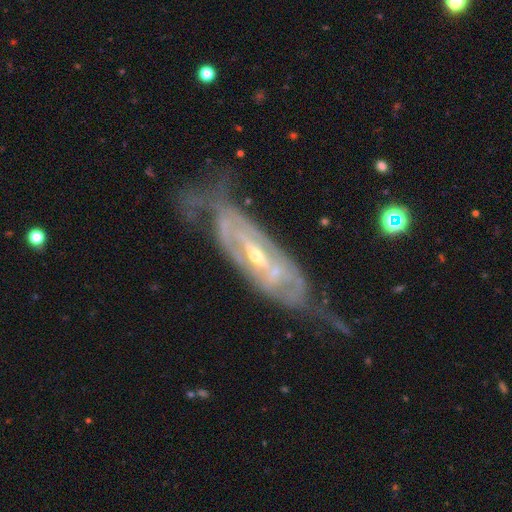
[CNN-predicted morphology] Smooth or featured?
  - featured or disk: 87% *
  - smooth: 7%
  - star or artifact: 6%
Edge-on disk?
  - no: 85% *
  - yes: 15%
Bar?
  - weak: 38% *
  - strong: 32%
  - no: 29%
Spiral arms?
  - yes: 89% *
  - no: 11%
Spiral winding?
  - tight: 62% *
  - medium: 29%
  - loose: 9%
Spiral arm count?
  - can't tell: 40% *
  - 2: 39%
  - 3: 8%
  - 4: 5%
  - 1: 4%
  - more than 4: 4%
Bulge size?
  - small: 54% *
  - moderate: 42%
  - large: 2%
  - none: 1%
  - dominant: 1%
Merging?
  - none: 57% *
  - minor disturbance: 24%
  - major disturbance: 16%
  - merger: 3%